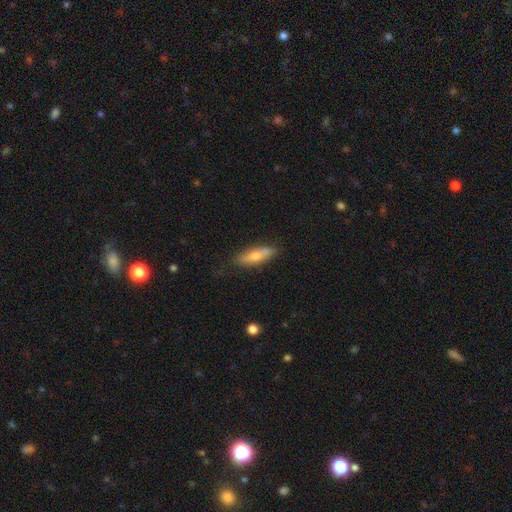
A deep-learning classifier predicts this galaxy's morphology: Smooth or featured?
  - smooth: 56% *
  - featured or disk: 35%
  - star or artifact: 9%
How rounded?
  - cigar-shaped: 63% *
  - in between: 35%
  - round: 2%
Merging?
  - none: 81% *
  - minor disturbance: 15%
  - major disturbance: 3%
  - merger: 1%